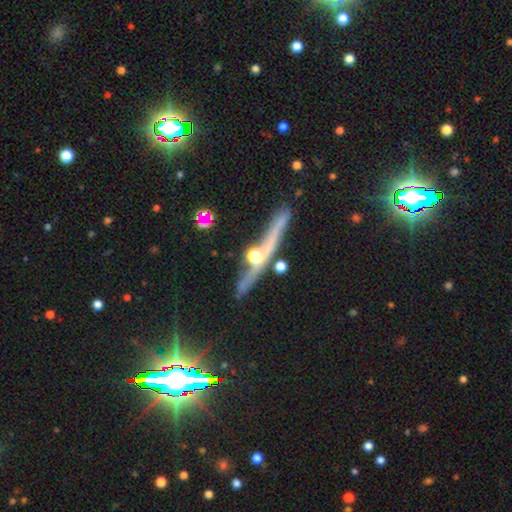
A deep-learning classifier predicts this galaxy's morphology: Smooth or featured: featured or disk — 71% (star or artifact — 17%)
Edge-on disk: yes — 96% (no — 4%)
Edge-on bulge: rounded — 88% (none — 7%)
Merging: none — 79% (minor disturbance — 12%)